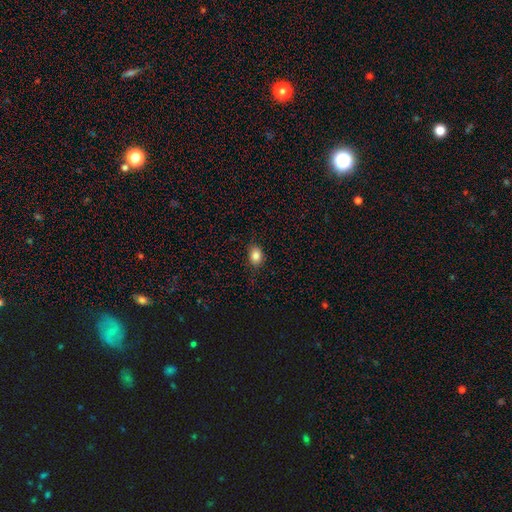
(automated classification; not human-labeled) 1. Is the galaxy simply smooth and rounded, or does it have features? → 84% smooth, 10% star or artifact, 6% featured or disk.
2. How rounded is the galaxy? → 64% in between, 35% round, 1% cigar-shaped.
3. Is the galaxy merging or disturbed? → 82% none, 14% minor disturbance, 3% major disturbance, 1% merger.